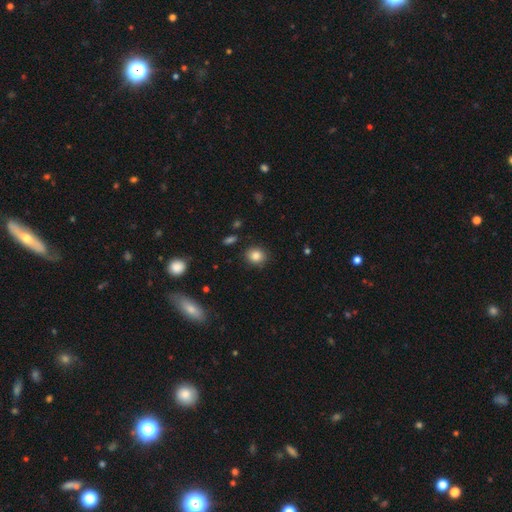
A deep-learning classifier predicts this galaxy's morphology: Smooth or featured?
  - smooth: 85% *
  - star or artifact: 10%
  - featured or disk: 6%
How rounded?
  - round: 72% *
  - in between: 27%
  - cigar-shaped: 1%
Merging?
  - none: 87% *
  - minor disturbance: 9%
  - major disturbance: 2%
  - merger: 1%